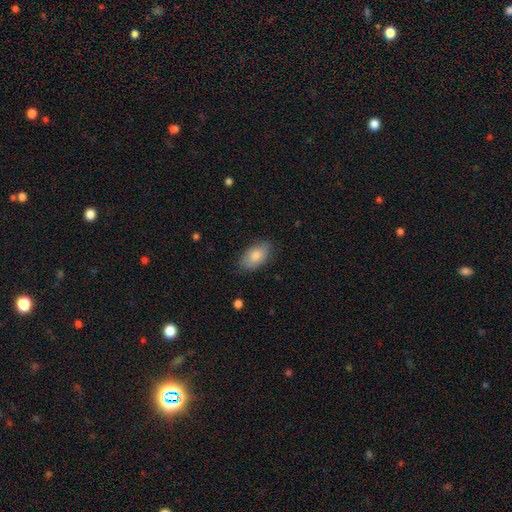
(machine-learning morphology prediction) type=smooth (82%); roundness=in between (93%); merging=none (80%).